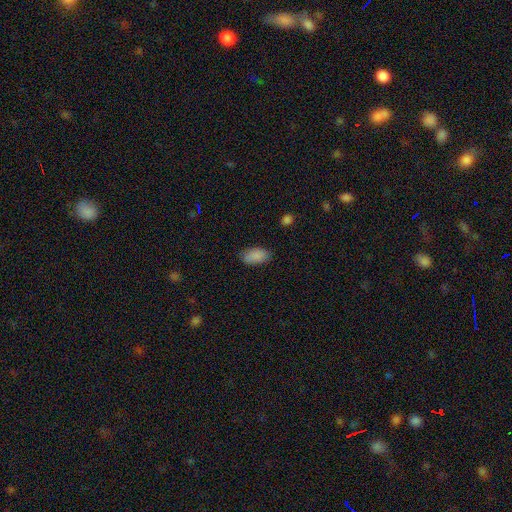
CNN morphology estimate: Smooth or featured? smooth (88%)
How rounded? in between (93%)
Merging? none (81%)